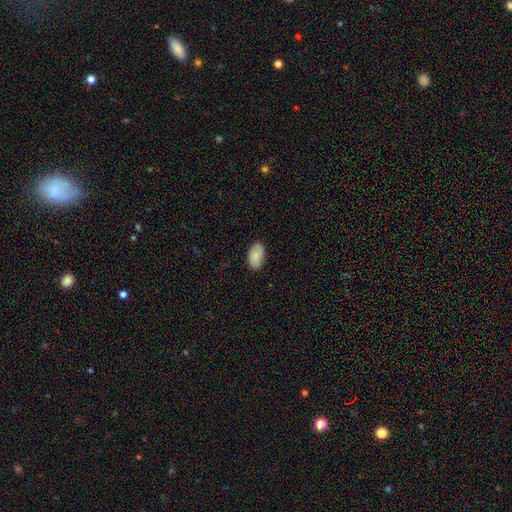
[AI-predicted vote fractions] Q: Smooth or featured?
A: smooth (87%); runner-up: featured or disk (6%)
Q: How rounded?
A: in between (94%); runner-up: round (4%)
Q: Merging?
A: none (84%); runner-up: minor disturbance (13%)